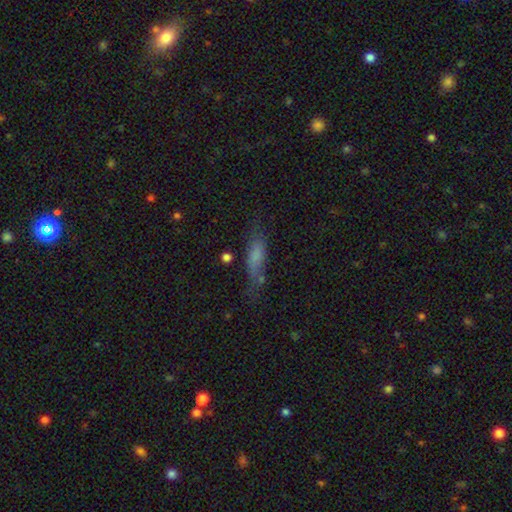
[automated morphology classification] Smooth or featured?
  - smooth: 67% *
  - featured or disk: 23%
  - star or artifact: 10%
How rounded?
  - cigar-shaped: 58% *
  - in between: 39%
  - round: 3%
Merging?
  - none: 56% *
  - minor disturbance: 26%
  - major disturbance: 12%
  - merger: 6%